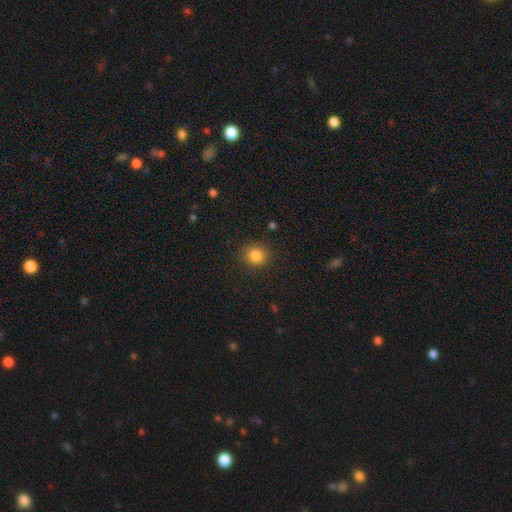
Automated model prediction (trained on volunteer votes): Smooth or featured? Predicted: smooth (p=0.84). How rounded? Predicted: round (p=0.90). Merging? Predicted: none (p=0.89).